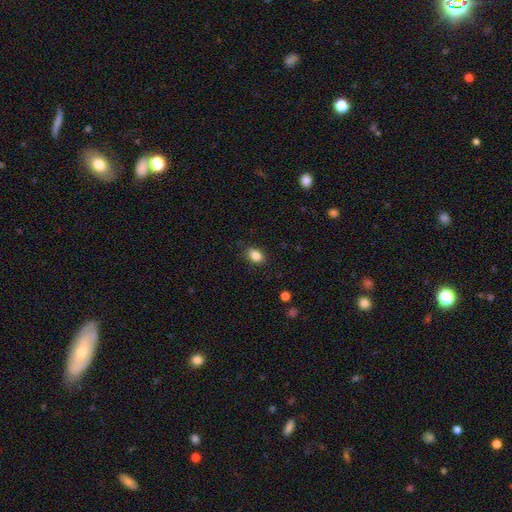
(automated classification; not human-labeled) smooth 85%, star or artifact 9%, featured or disk 6%. Down the decision tree: how rounded — in between (80%); merging — none (85%).